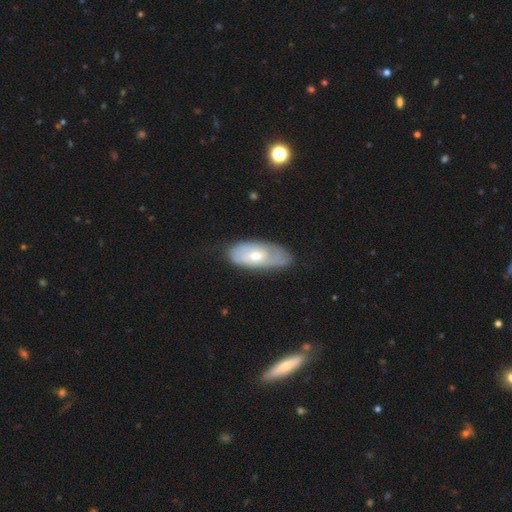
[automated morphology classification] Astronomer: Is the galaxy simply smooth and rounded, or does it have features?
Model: featured or disk — 54% (runner-up: smooth, 41%).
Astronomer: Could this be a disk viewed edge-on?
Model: no — 85%.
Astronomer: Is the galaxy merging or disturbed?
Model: none — 70%.